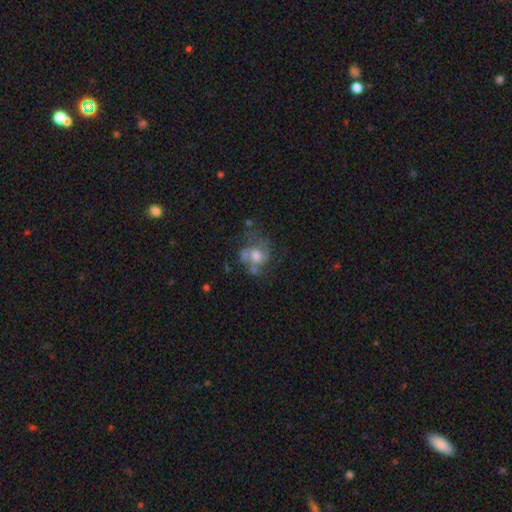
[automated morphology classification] A featured or disk galaxy (54%) with no bar (82%), spiral arms (59%) and a moderate central bulge (65%).

Vote fractions:
- Smooth or featured? featured or disk: 54% / smooth: 35% / star or artifact: 11%
- Edge-on disk? no: 97% / yes: 3%
- Bar? no: 82% / weak: 15% / strong: 3%
- Spiral arms? yes: 59% / no: 41%
- Bulge size? moderate: 65% / small: 17% / large: 13% / none: 3% / dominant: 2%
- Merging? none: 43% / major disturbance: 24% / minor disturbance: 21% / merger: 11%